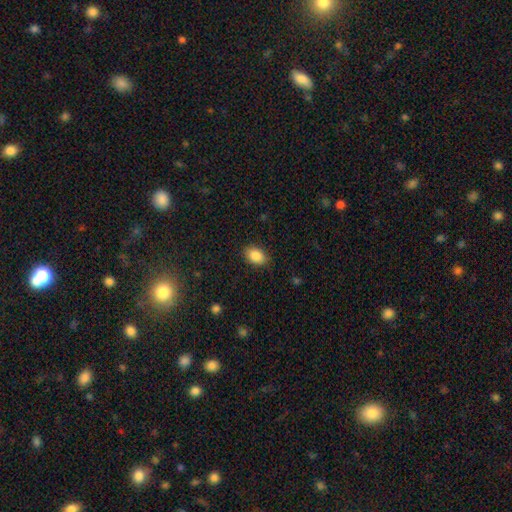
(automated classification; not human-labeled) This is clearly a smooth galaxy (86%). How rounded: clearly in between (82%). Merging: clearly none (84%).